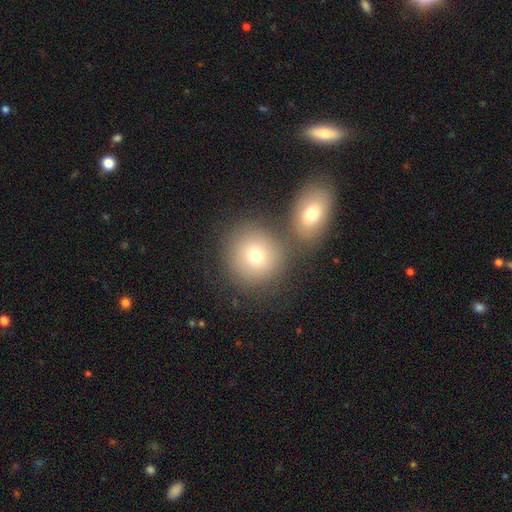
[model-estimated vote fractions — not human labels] A smooth galaxy with no disk features (75%) that is round (87%). Merging: none (63%).